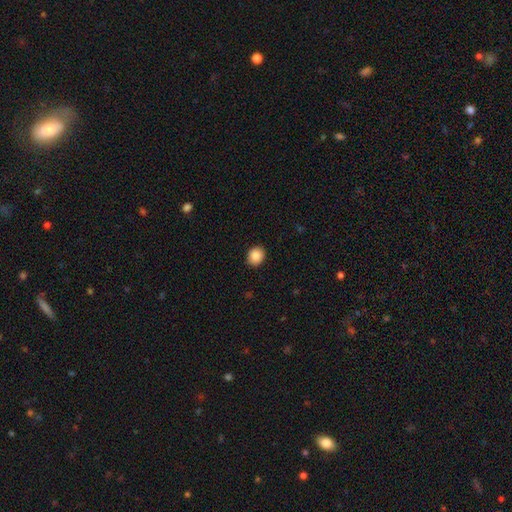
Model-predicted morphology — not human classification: This is clearly a smooth galaxy (89%). How rounded: likely round (63%). Merging: clearly none (90%).